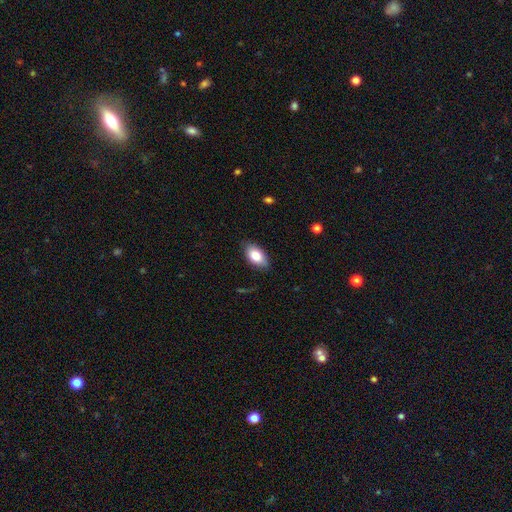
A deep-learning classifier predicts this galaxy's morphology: type=smooth (82%); roundness=in between (92%); merging=none (84%).